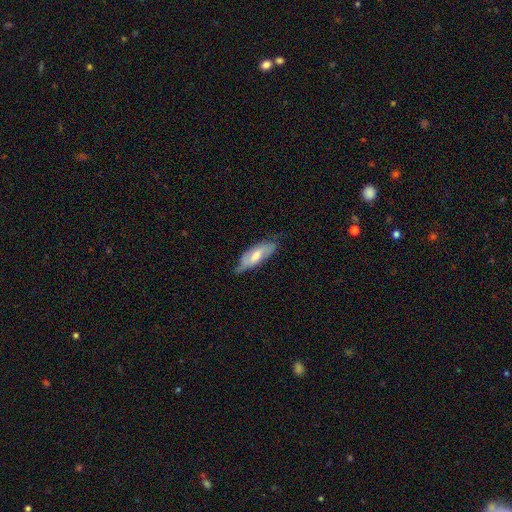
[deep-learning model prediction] Smooth or featured?
  - featured or disk: 48% *
  - smooth: 46%
  - star or artifact: 6%
Merging?
  - none: 61% *
  - minor disturbance: 30%
  - major disturbance: 7%
  - merger: 2%